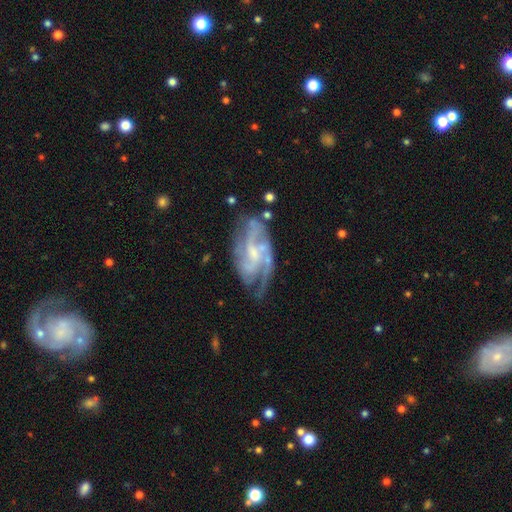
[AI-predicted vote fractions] This appears to be a featured or disk galaxy (82%) with no bar (44%), 3 (28%) medium (43%) spiral arms (93%) and a small central bulge (51%). Merging: none (63%).